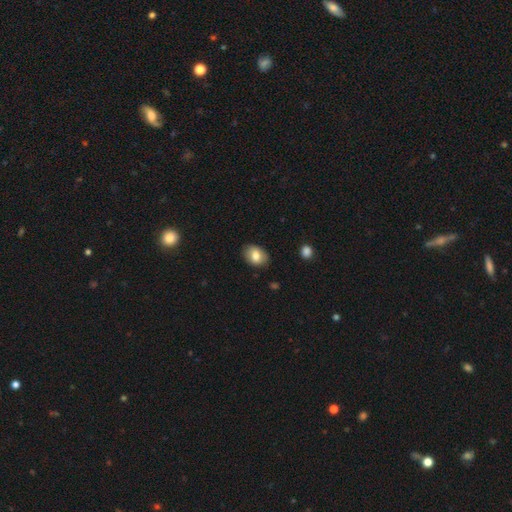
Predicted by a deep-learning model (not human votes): Morphology: type=smooth (80%); roundness=in between (73%); merging=none (84%).